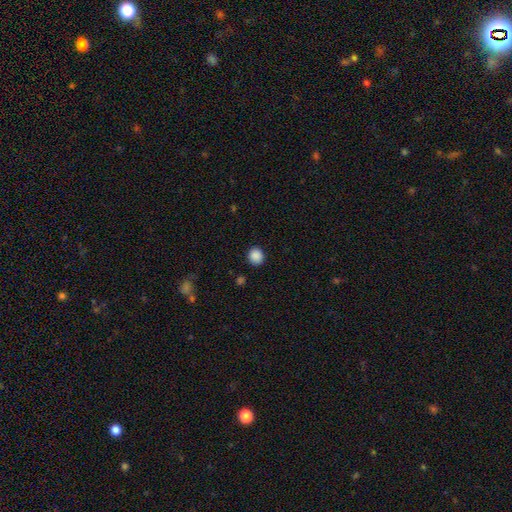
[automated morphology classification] smooth-or-featured: smooth: 88% | star or artifact: 9% | featured or disk: 3%
  how-rounded: round: 84% | in between: 15% | cigar-shaped: 1%
  merging: none: 90% | minor disturbance: 7% | major disturbance: 2% | merger: 1%